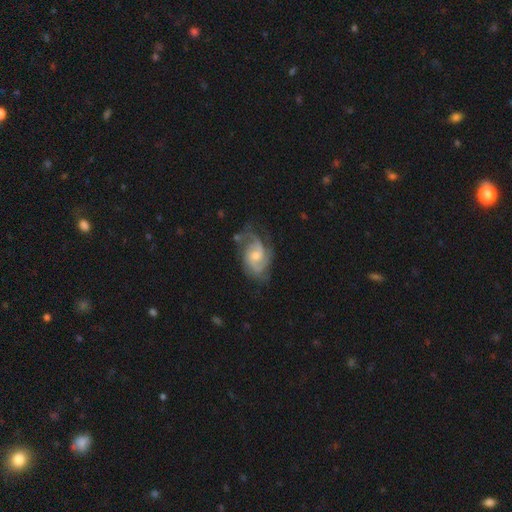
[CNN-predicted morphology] A featured or disk galaxy (88%) with no bar (57%), 2 (55%) medium (48%) spiral arms (97%) and a moderate central bulge (50%).

Vote fractions:
- Smooth or featured? featured or disk: 88% / smooth: 7% / star or artifact: 5%
- Edge-on disk? no: 98% / yes: 2%
- Bar? no: 57% / weak: 37% / strong: 6%
- Spiral arms? yes: 97% / no: 3%
- Spiral winding? medium: 48% / tight: 40% / loose: 12%
- Spiral arm count? 2: 55% / 3: 23% / can't tell: 11% / 4: 4% / 1: 4% / more than 4: 3%
- Bulge size? moderate: 50% / small: 44% / none: 3% / large: 3% / dominant: 1%
- Merging? none: 68% / minor disturbance: 21% / major disturbance: 9% / merger: 2%